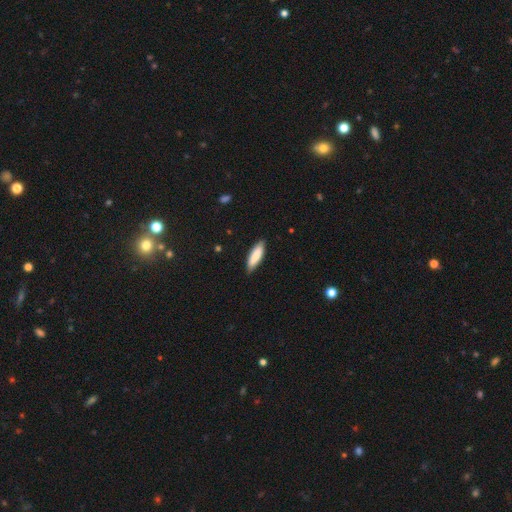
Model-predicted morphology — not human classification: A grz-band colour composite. It shows a smooth galaxy with no disk features (85%) that is cigar-shaped (56%). Merging: none (86%).